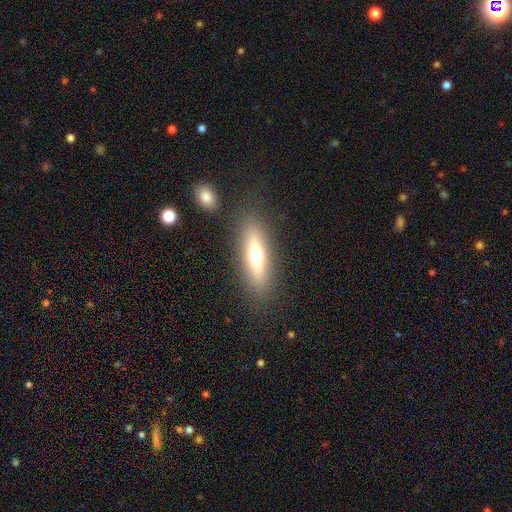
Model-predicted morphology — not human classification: A smooth galaxy with no disk features (52%) that is cigar-shaped (60%). Merging: none (84%).